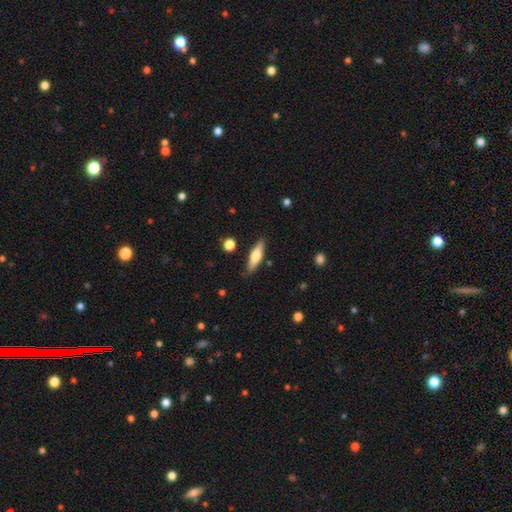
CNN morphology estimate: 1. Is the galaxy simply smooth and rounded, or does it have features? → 51% smooth, 43% featured or disk, 6% star or artifact.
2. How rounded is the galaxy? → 66% cigar-shaped, 32% in between, 2% round.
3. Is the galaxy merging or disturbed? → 85% none, 10% minor disturbance, 2% merger, 2% major disturbance.